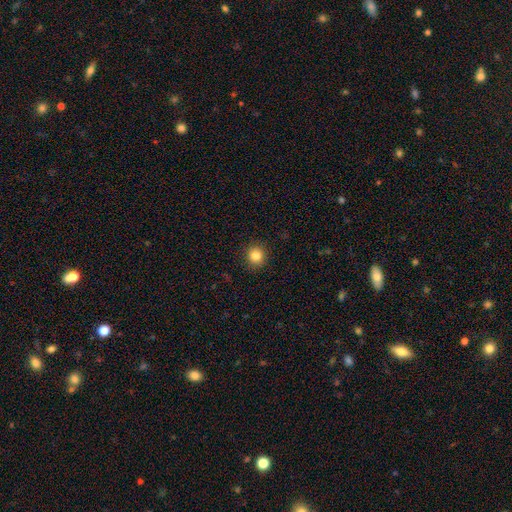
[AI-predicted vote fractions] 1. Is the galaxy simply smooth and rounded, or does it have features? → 84% smooth, 11% star or artifact, 5% featured or disk.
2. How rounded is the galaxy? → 91% round, 8% in between, 1% cigar-shaped.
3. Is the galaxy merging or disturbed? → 92% none, 6% minor disturbance, 2% major disturbance, 1% merger.